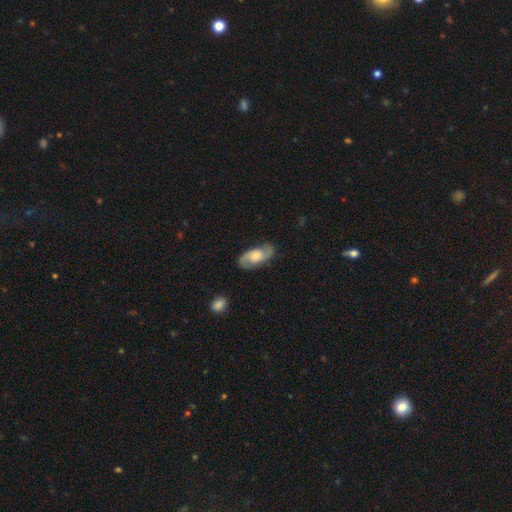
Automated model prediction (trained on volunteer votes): This is likely a featured or disk galaxy (76%). It is clearly not viewed edge-on (95%). Bar: likely no (63%). Spiral arm pattern: clearly yes (94%). Spiral arm count: clearly 2 (90%). Spiral winding: possibly medium (49%). Central bulge: possibly moderate (57%). Merging: clearly none (81%).